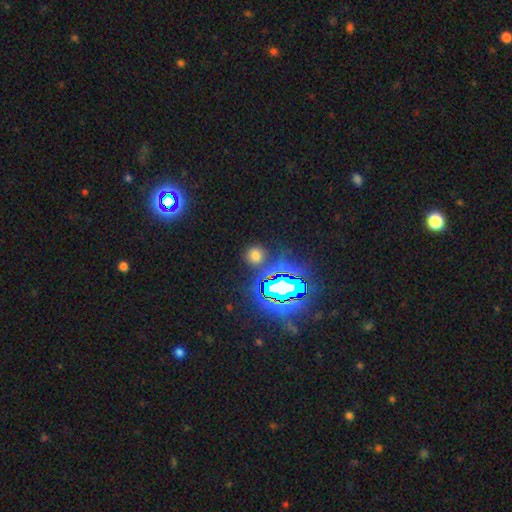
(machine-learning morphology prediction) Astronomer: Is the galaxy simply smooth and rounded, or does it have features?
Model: smooth — 55% (runner-up: star or artifact, 37%).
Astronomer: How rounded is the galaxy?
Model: round — 84%.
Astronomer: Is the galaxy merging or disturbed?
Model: none — 81%.